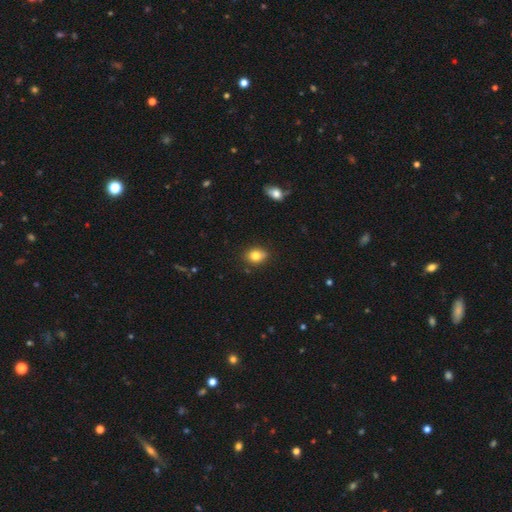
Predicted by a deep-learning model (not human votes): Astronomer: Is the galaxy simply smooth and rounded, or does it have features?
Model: smooth — 81%.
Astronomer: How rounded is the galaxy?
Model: in between — 55% (runner-up: round, 43%).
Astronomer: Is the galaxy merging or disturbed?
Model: none — 80%.